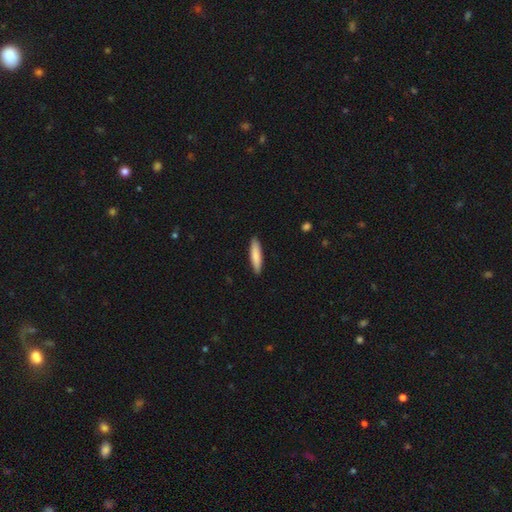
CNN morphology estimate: smooth_or_featured: smooth (p=0.84) [alt: featured or disk p=0.10]
how_rounded: cigar-shaped (p=0.78) [alt: in between p=0.20]
merging: none (p=0.90) [alt: minor disturbance p=0.08]